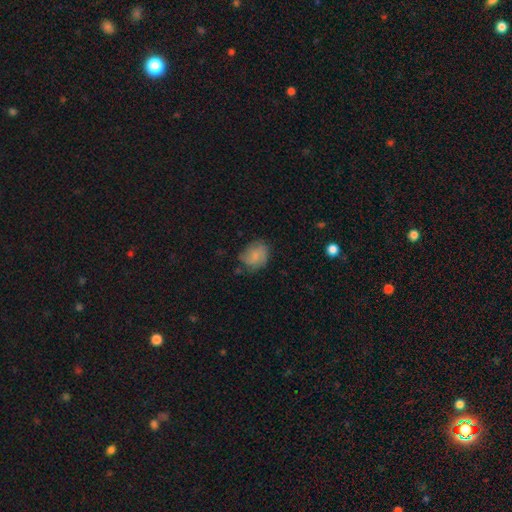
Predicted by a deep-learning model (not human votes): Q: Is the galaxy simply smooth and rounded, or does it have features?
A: smooth — 72%.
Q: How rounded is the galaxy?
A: round — 52%.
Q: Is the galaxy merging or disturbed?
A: none — 62%.